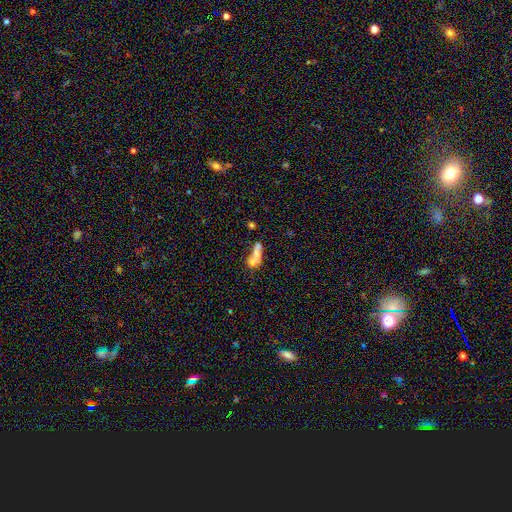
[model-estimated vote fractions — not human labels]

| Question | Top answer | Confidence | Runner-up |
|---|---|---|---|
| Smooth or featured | smooth | 60% | featured or disk (27%) |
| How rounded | in between | 69% | cigar-shaped (24%) |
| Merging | merger | 47% | none (25%) |